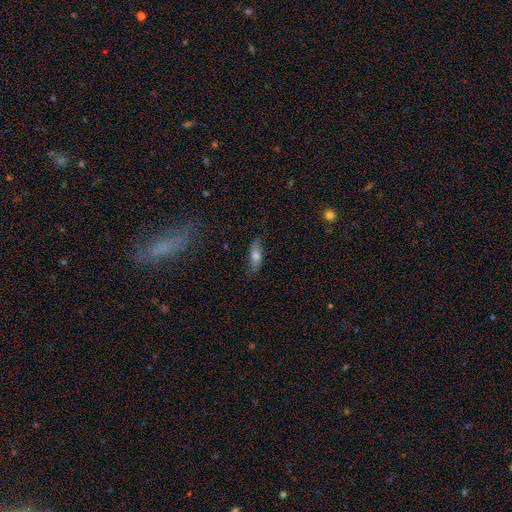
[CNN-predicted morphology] type=smooth (65%); roundness=in between (72%); merging=none (73%).